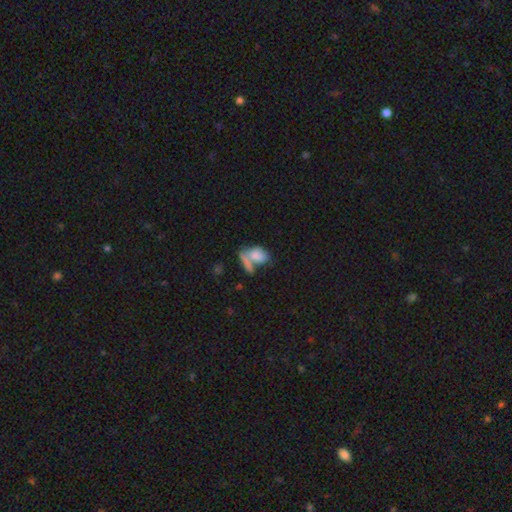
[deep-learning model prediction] smooth-or-featured: smooth: 77% | featured or disk: 15% | star or artifact: 9%
  how-rounded: in between: 81% | round: 14% | cigar-shaped: 6%
  merging: merger: 44% | none: 34% | minor disturbance: 13% | major disturbance: 9%